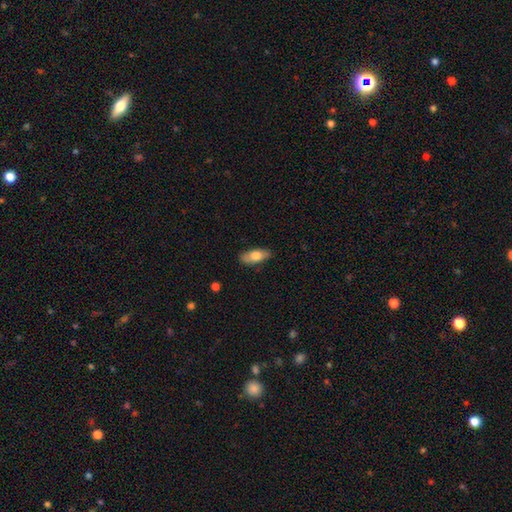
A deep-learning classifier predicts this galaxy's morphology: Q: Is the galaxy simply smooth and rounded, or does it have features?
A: smooth — 70%.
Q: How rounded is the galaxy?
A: in between — 80%.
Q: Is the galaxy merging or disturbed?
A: none — 85%.